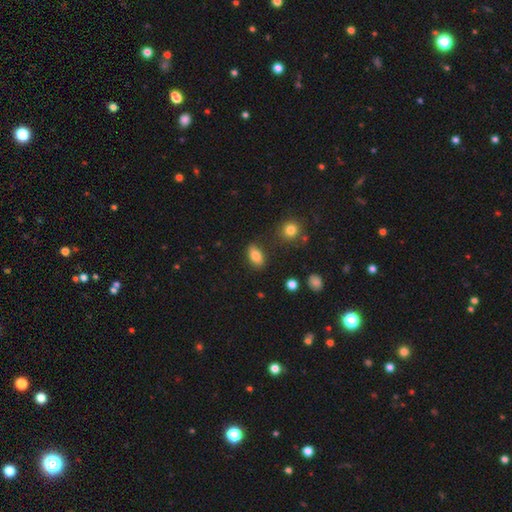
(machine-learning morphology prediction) Smooth or featured? Predicted: smooth (p=0.83). How rounded? Predicted: in between (p=0.88). Merging? Predicted: none (p=0.83).